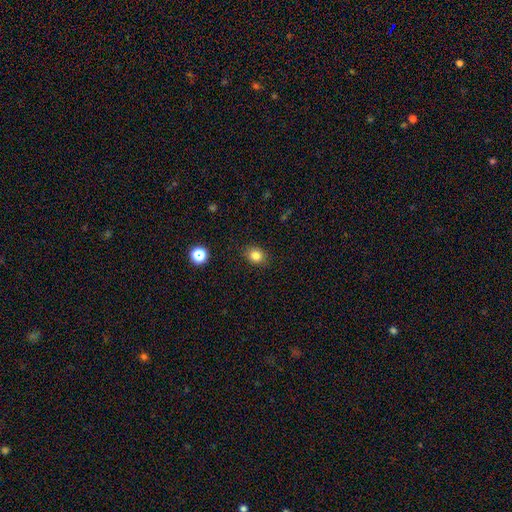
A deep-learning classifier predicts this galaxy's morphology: Q: Smooth or featured?
A: smooth (82%); runner-up: star or artifact (12%)
Q: How rounded?
A: round (60%); runner-up: in between (39%)
Q: Merging?
A: none (86%); runner-up: minor disturbance (10%)